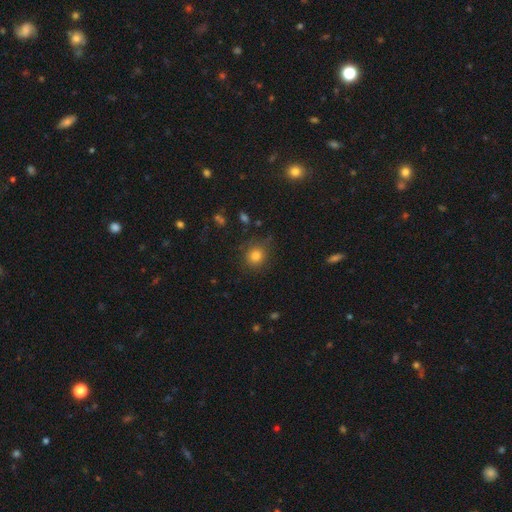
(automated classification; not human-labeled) smooth_or_featured: smooth (p=0.81) [alt: star or artifact p=0.13]
how_rounded: round (p=0.88) [alt: in between p=0.11]
merging: none (p=0.81) [alt: minor disturbance p=0.13]